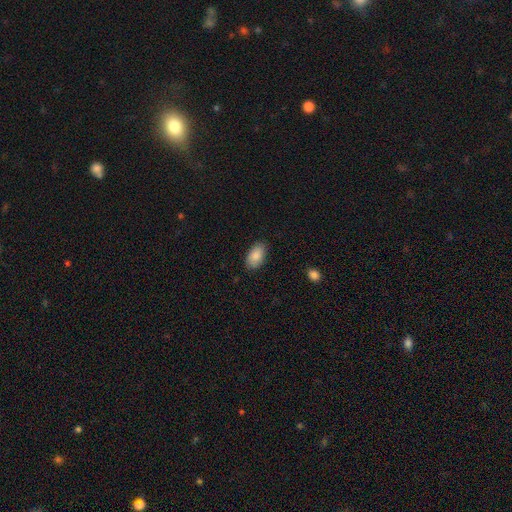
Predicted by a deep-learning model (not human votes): Overall: smooth (88%). How rounded: in between (94%). Merging: none (85%).